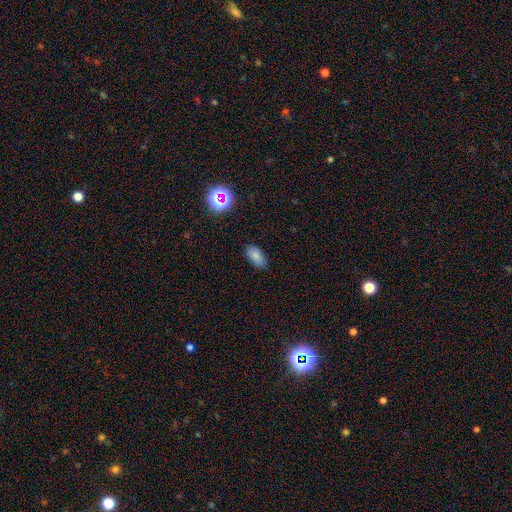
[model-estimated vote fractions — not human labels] Morphology: type=smooth (81%); roundness=in between (92%); merging=none (79%).